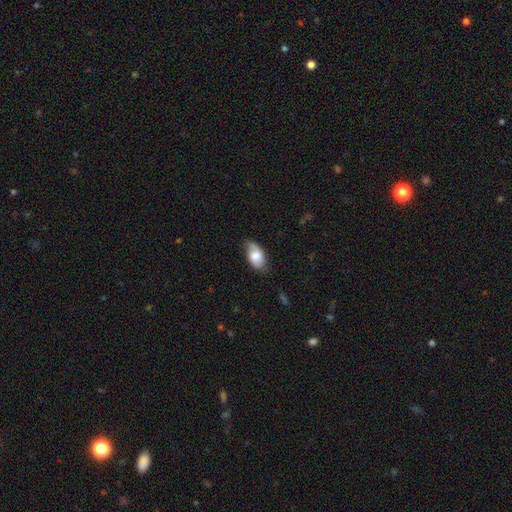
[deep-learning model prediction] Smooth or featured: smooth — 68% (featured or disk — 25%)
How rounded: in between — 92% (round — 5%)
Merging: none — 71% (minor disturbance — 23%)